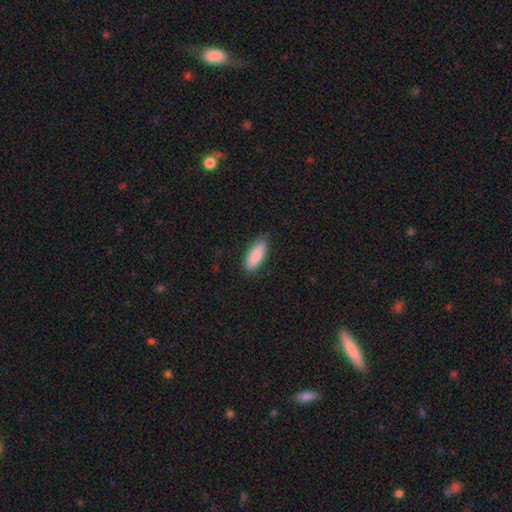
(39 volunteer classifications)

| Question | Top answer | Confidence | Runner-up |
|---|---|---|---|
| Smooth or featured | smooth | 87% | star or artifact (8%) |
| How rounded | in between | 59% | cigar-shaped (35%) |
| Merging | none | 67% | minor disturbance (22%) |